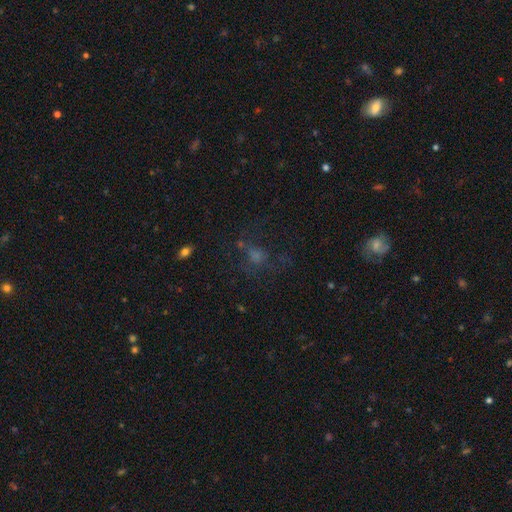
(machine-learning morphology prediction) This appears to be a smooth galaxy with no disk features (36%, tied with star or artifact). Merging: none (58%).